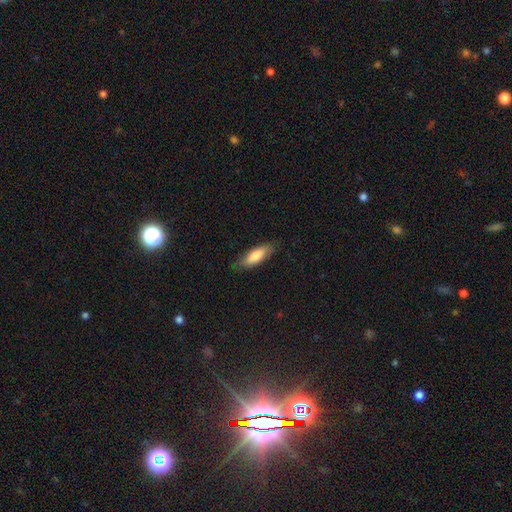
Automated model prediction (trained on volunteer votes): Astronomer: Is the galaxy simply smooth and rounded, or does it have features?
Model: smooth — 78%.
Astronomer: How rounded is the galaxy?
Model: in between — 58% (runner-up: cigar-shaped, 40%).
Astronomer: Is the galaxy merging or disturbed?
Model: none — 80%.